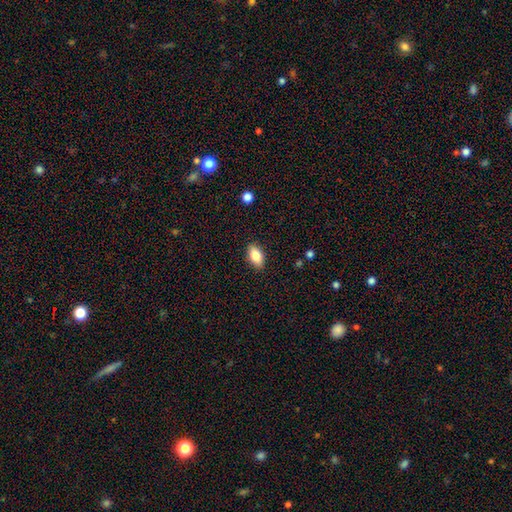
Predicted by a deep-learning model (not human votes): smooth 81%, featured or disk 11%, star or artifact 7%. Down the decision tree: how rounded — in between (91%); merging — none (89%).